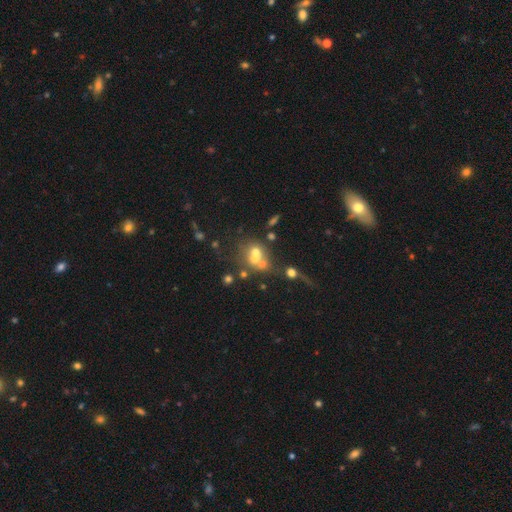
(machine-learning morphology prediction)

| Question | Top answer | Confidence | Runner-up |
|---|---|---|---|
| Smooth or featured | smooth | 51% | featured or disk (30%) |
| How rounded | round | 72% | in between (27%) |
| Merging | merger | 52% | none (32%) |